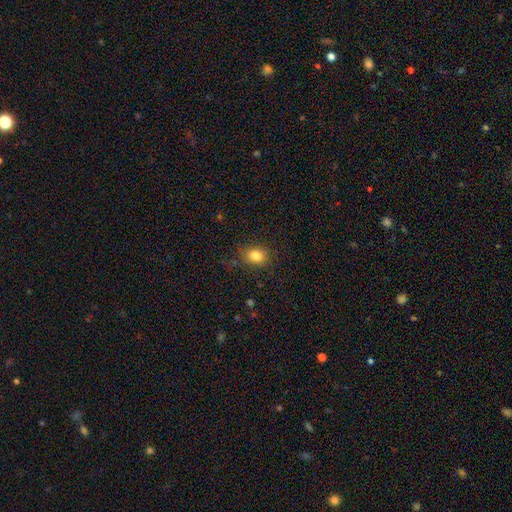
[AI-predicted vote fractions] Q: Smooth or featured?
A: smooth (84%); runner-up: star or artifact (11%)
Q: How rounded?
A: in between (57%); runner-up: round (42%)
Q: Merging?
A: none (82%); runner-up: minor disturbance (13%)